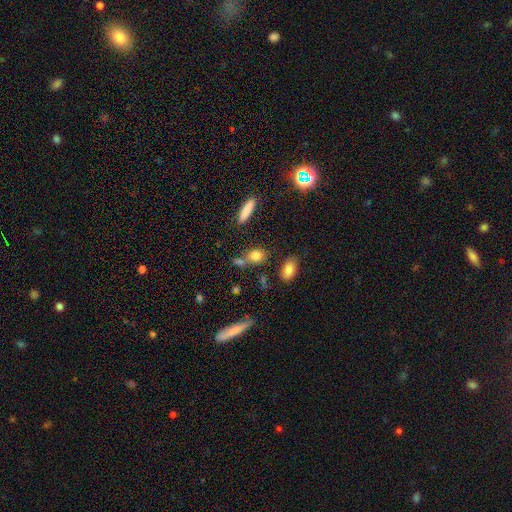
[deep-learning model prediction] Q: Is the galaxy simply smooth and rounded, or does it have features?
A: smooth — 78%.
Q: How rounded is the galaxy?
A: in between — 50%.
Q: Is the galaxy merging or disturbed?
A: none — 60%.